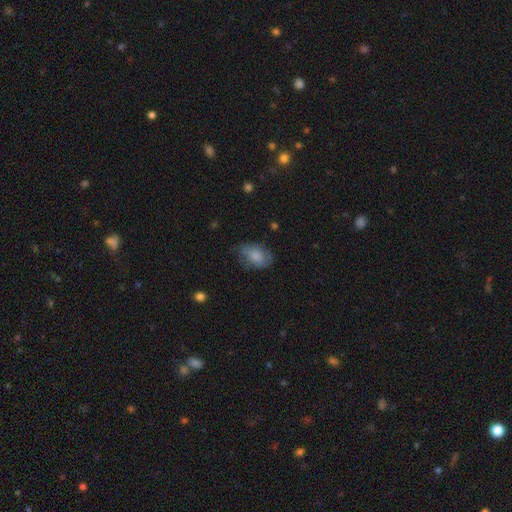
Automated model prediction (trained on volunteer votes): Smooth or featured: smooth — 73% (featured or disk — 20%)
How rounded: in between — 82% (round — 17%)
Merging: none — 59% (minor disturbance — 28%)